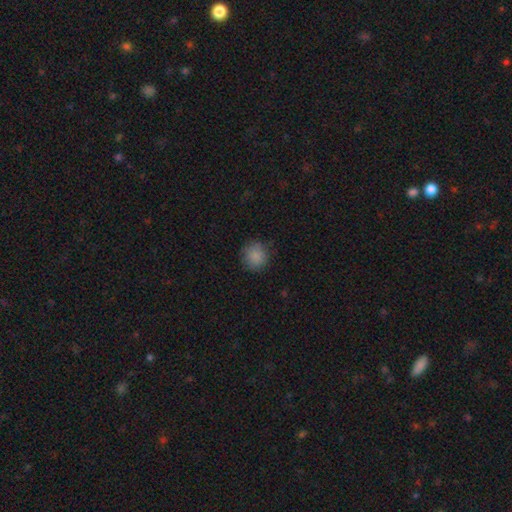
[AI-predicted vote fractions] Smooth or featured?
  - smooth: 86% *
  - star or artifact: 9%
  - featured or disk: 5%
How rounded?
  - round: 92% *
  - in between: 7%
  - cigar-shaped: 1%
Merging?
  - none: 84% *
  - minor disturbance: 11%
  - major disturbance: 3%
  - merger: 1%